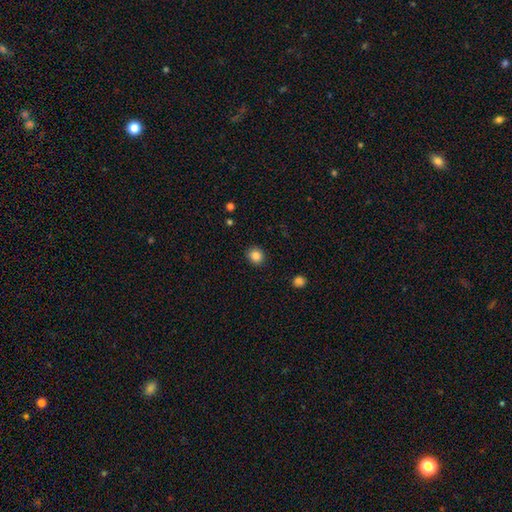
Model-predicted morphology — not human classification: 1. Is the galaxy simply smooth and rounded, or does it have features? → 85% smooth, 10% star or artifact, 4% featured or disk.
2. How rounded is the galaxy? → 81% round, 19% in between, 1% cigar-shaped.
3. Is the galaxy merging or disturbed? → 90% none, 7% minor disturbance, 2% major disturbance, 1% merger.